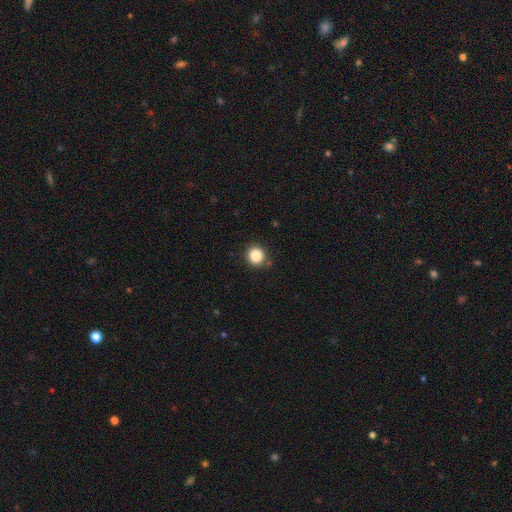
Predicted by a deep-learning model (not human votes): Smooth or featured: smooth — 86% (star or artifact — 11%)
How rounded: round — 90% (in between — 9%)
Merging: none — 85% (minor disturbance — 10%)